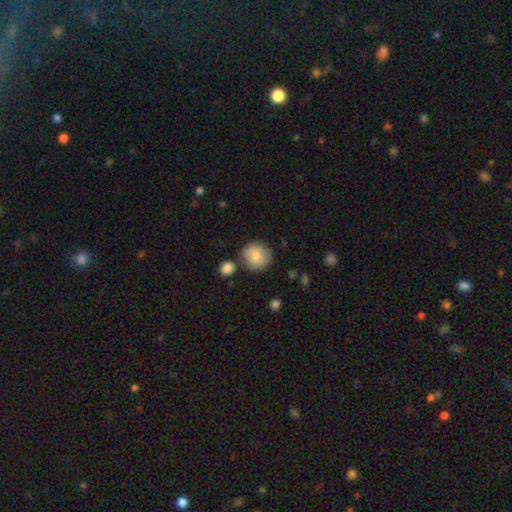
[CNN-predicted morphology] Smooth or featured?
  - smooth: 82% *
  - featured or disk: 11%
  - star or artifact: 7%
How rounded?
  - round: 92% *
  - in between: 8%
  - cigar-shaped: 1%
Merging?
  - none: 78% *
  - minor disturbance: 12%
  - merger: 8%
  - major disturbance: 3%